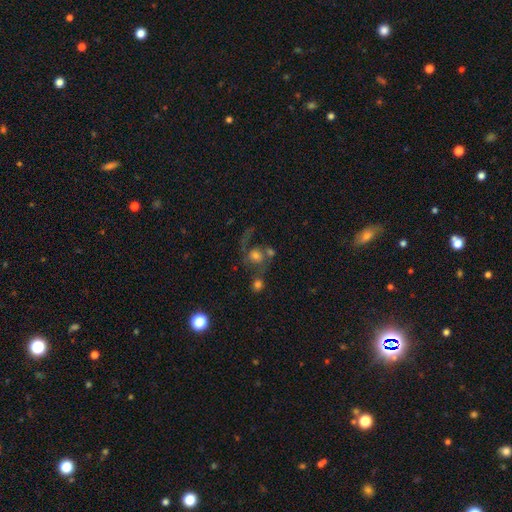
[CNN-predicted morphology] This is possibly a featured or disk galaxy (48%). Merging: marginally none (36%).